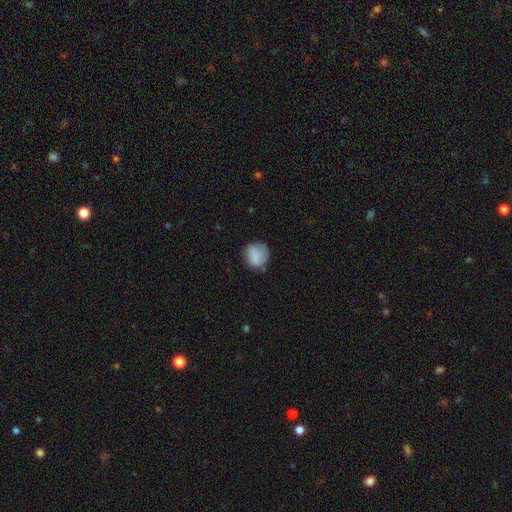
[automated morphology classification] This is likely a smooth galaxy (80%). How rounded: clearly round (81%). Merging: likely none (67%).